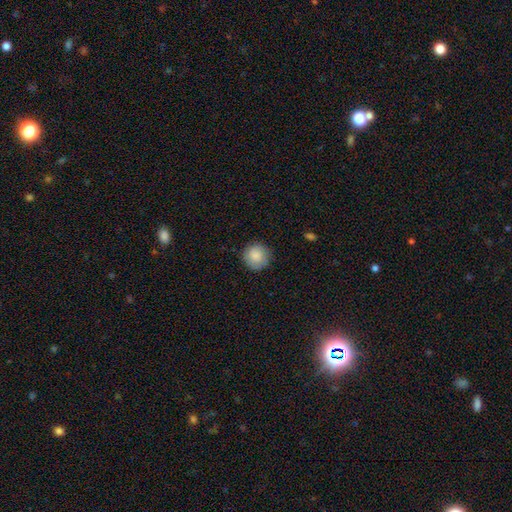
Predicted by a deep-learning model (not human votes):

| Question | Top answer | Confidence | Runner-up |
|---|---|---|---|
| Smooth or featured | smooth | 84% | featured or disk (9%) |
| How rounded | round | 94% | in between (5%) |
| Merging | none | 86% | minor disturbance (10%) |